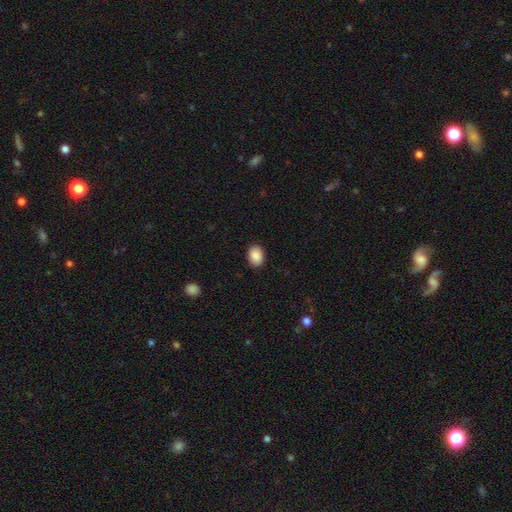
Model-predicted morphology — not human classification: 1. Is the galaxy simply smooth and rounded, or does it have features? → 89% smooth, 7% star or artifact, 4% featured or disk.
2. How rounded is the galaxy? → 69% in between, 30% round, 1% cigar-shaped.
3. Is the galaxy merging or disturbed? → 89% none, 8% minor disturbance, 2% major disturbance, 1% merger.